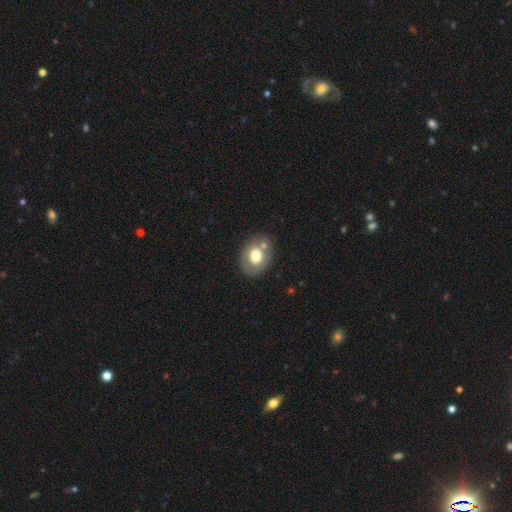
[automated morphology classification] Smooth or featured?
  - smooth: 66% *
  - featured or disk: 27%
  - star or artifact: 7%
How rounded?
  - in between: 67% *
  - round: 32%
  - cigar-shaped: 1%
Merging?
  - none: 67% *
  - minor disturbance: 14%
  - merger: 14%
  - major disturbance: 5%